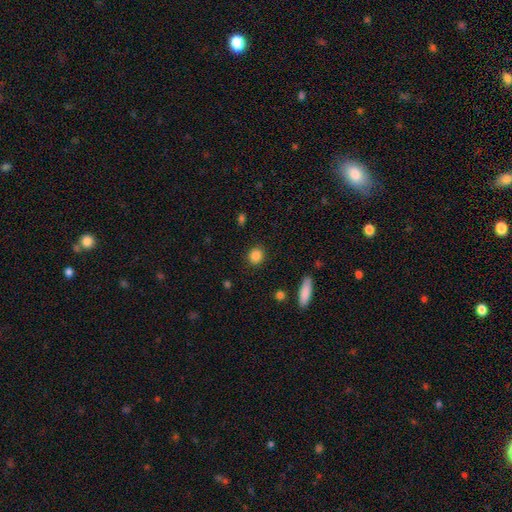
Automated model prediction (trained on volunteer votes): smooth_or_featured: smooth (p=0.85) [alt: star or artifact p=0.10]
how_rounded: round (p=0.77) [alt: in between p=0.21]
merging: none (p=0.89) [alt: minor disturbance p=0.07]